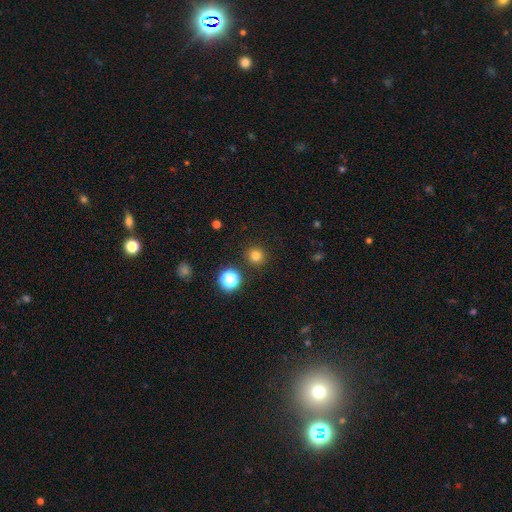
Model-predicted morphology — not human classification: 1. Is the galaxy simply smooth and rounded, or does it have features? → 79% smooth, 16% star or artifact, 5% featured or disk.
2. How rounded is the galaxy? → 95% round, 4% in between, 1% cigar-shaped.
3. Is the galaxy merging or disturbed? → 91% none, 5% minor disturbance, 2% major disturbance, 2% merger.